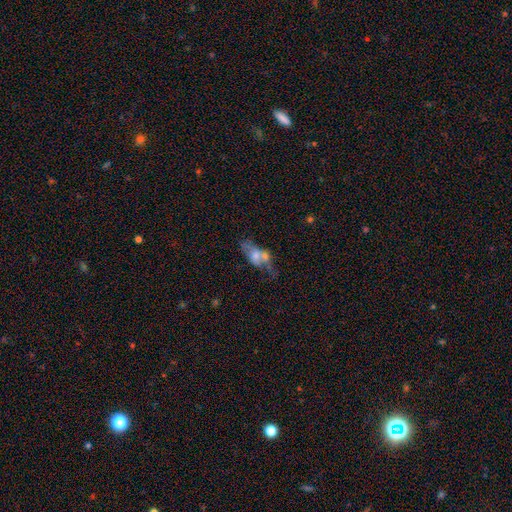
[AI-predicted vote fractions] smooth 50%, featured or disk 41%, star or artifact 9%. Down the decision tree: merging — merger (46%).